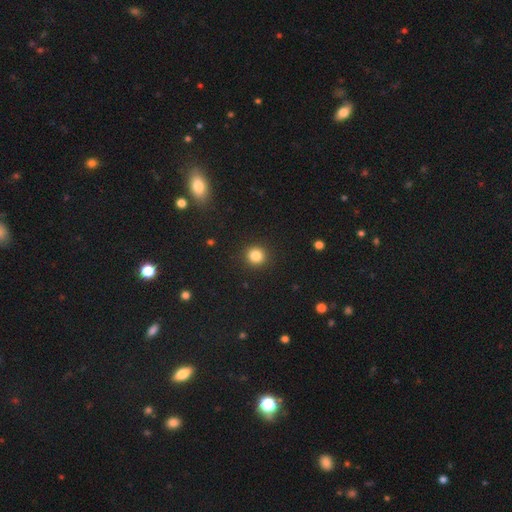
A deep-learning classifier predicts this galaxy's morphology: Smooth or featured: smooth — 84% (star or artifact — 12%)
How rounded: round — 91% (in between — 8%)
Merging: none — 92% (minor disturbance — 5%)